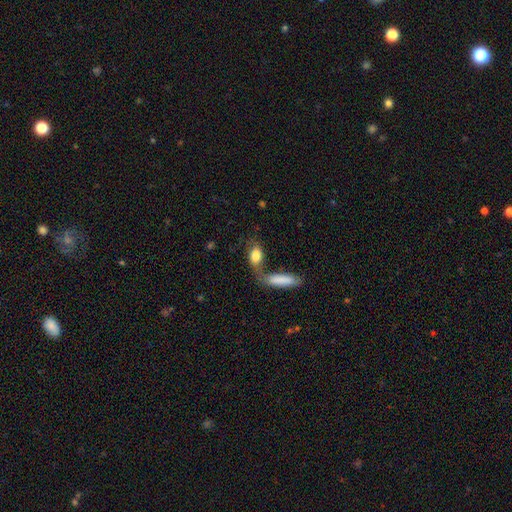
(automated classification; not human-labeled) Smooth or featured? Predicted: smooth (p=0.76). How rounded? Predicted: in between (p=0.81). Merging? Predicted: merger (p=0.46).